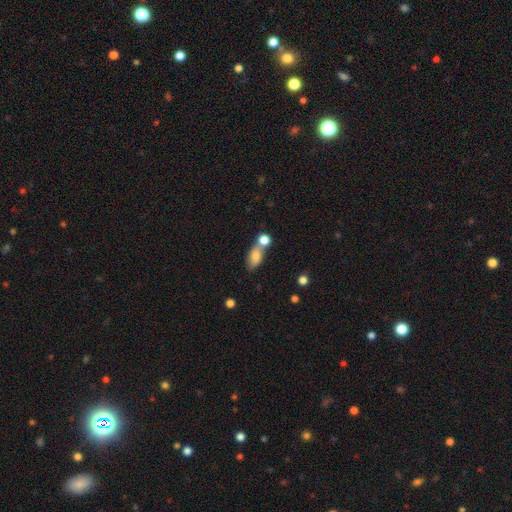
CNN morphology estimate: Smooth or featured?
  - smooth: 77% *
  - featured or disk: 14%
  - star or artifact: 9%
How rounded?
  - in between: 80% *
  - round: 13%
  - cigar-shaped: 8%
Merging?
  - merger: 42% *
  - none: 39%
  - minor disturbance: 13%
  - major disturbance: 6%